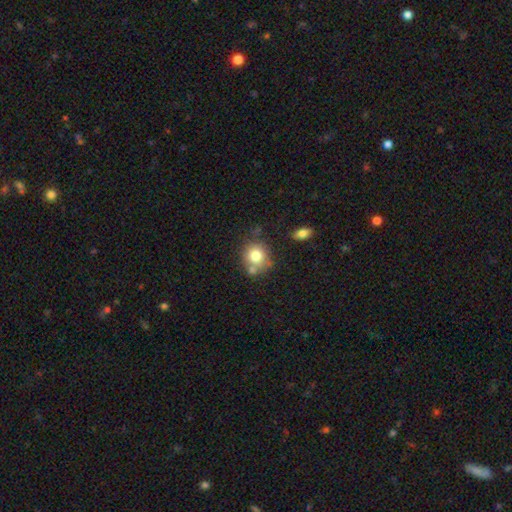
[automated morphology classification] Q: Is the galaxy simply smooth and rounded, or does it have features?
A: smooth — 78%.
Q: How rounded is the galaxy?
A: round — 84%.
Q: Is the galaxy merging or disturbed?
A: none — 61%.